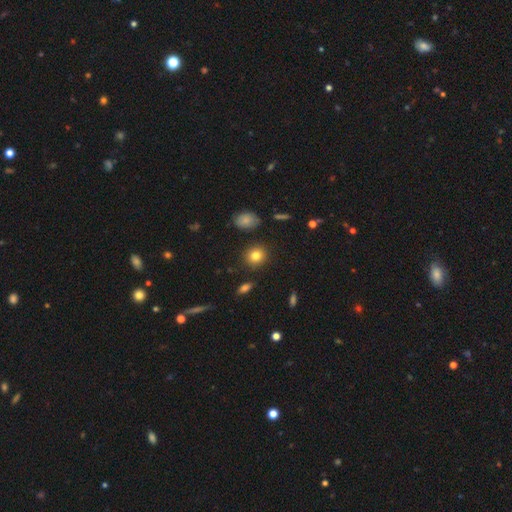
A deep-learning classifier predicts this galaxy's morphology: Q: Smooth or featured?
A: smooth (81%); runner-up: star or artifact (11%)
Q: How rounded?
A: round (82%); runner-up: in between (17%)
Q: Merging?
A: none (88%); runner-up: minor disturbance (7%)